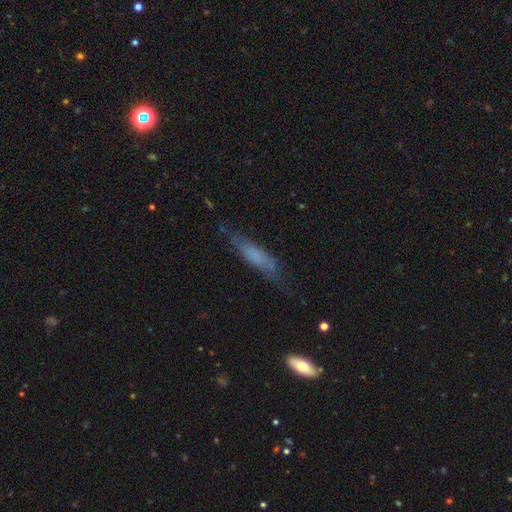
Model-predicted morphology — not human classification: Smooth or featured? smooth (54%)
How rounded? cigar-shaped (74%)
Merging? none (62%)